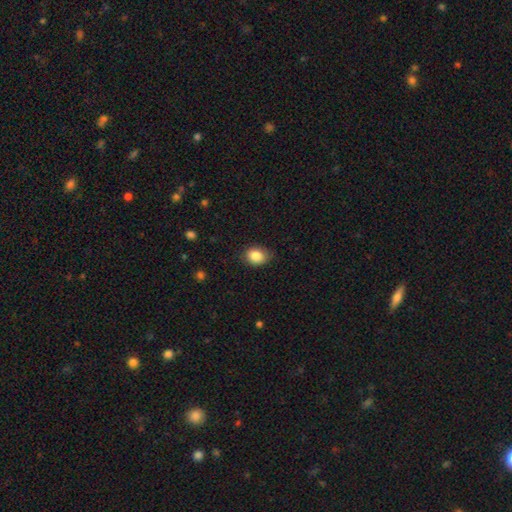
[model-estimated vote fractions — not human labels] Overall: smooth (86%). How rounded: in between (58%; round 41%). Merging: none (78%).